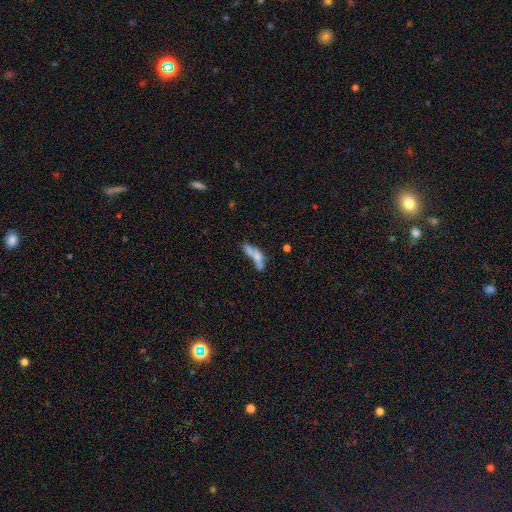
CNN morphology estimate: This is possibly a smooth galaxy (56%). How rounded: possibly cigar-shaped (57%). Merging: marginally merger (36%).